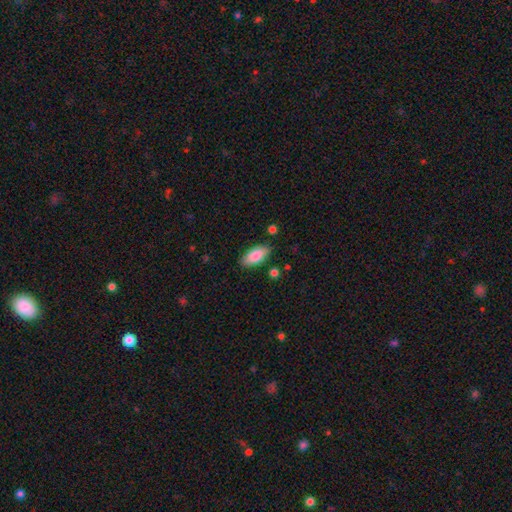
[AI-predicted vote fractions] smooth 85%, featured or disk 9%, star or artifact 6%. Down the decision tree: how rounded — in between (87%); merging — none (84%).